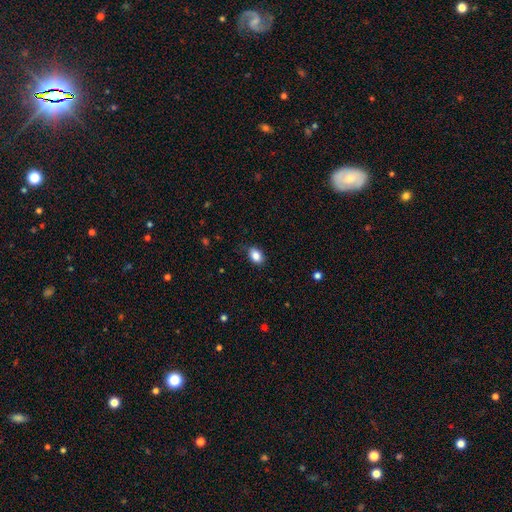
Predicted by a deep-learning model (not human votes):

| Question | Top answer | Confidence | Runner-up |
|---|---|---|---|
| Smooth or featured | smooth | 86% | star or artifact (9%) |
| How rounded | in between | 81% | round (18%) |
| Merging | none | 76% | minor disturbance (20%) |